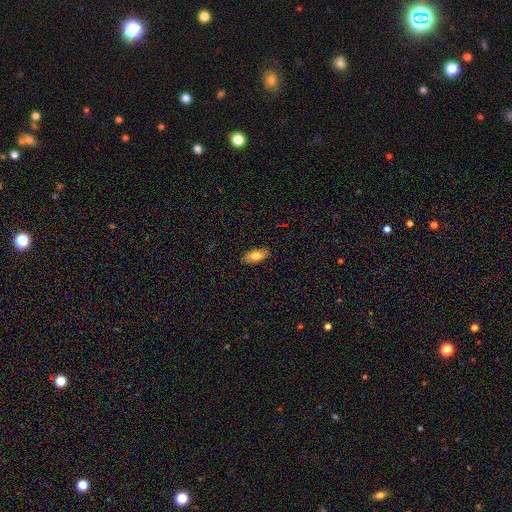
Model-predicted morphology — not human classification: Smooth or featured?
  - smooth: 81% *
  - featured or disk: 12%
  - star or artifact: 7%
How rounded?
  - in between: 89% *
  - cigar-shaped: 8%
  - round: 3%
Merging?
  - none: 88% *
  - minor disturbance: 9%
  - major disturbance: 2%
  - merger: 1%